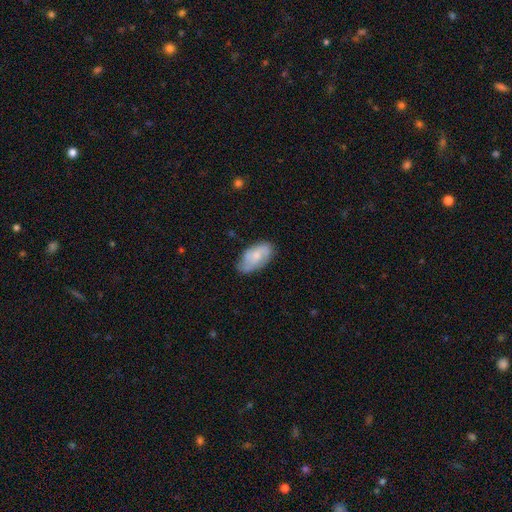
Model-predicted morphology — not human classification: Q: Smooth or featured?
A: smooth (56%); runner-up: featured or disk (38%)
Q: How rounded?
A: in between (93%); runner-up: round (3%)
Q: Merging?
A: none (69%); runner-up: minor disturbance (25%)